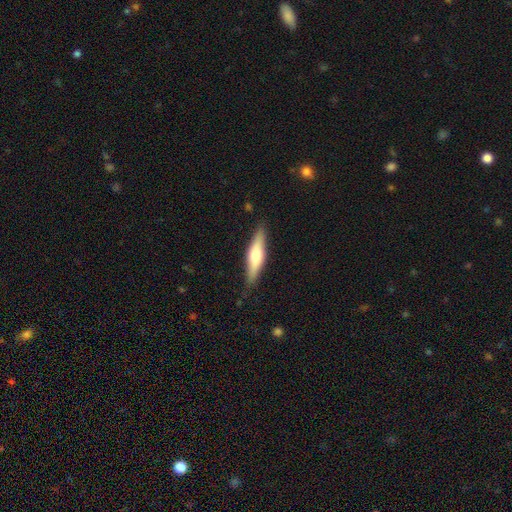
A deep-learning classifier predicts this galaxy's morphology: type=smooth (50%); merging=none (85%).